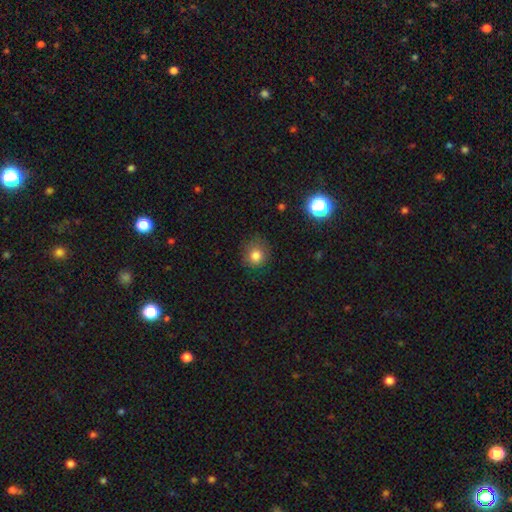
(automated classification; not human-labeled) Smooth or featured: smooth — 80% (star or artifact — 12%)
How rounded: round — 86% (in between — 13%)
Merging: none — 77% (minor disturbance — 16%)